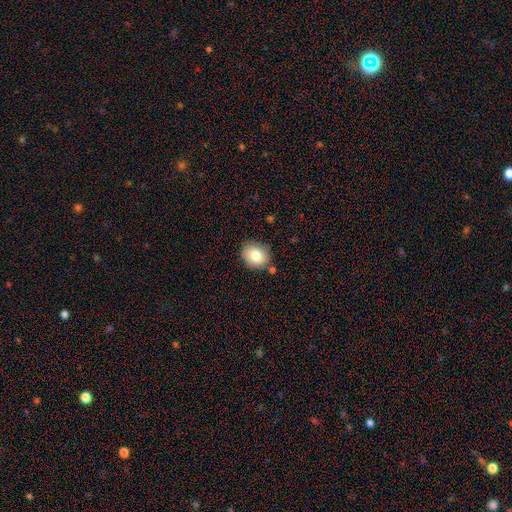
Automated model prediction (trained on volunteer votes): Overall: smooth (80%). How rounded: round (58%; in between 41%). Merging: none (78%).